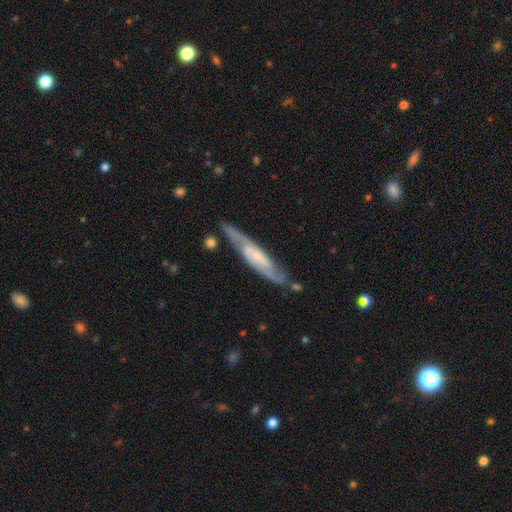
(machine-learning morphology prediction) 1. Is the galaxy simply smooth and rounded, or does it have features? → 79% featured or disk, 16% smooth, 5% star or artifact.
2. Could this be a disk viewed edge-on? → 69% no, 31% yes.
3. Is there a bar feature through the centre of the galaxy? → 42% no, 39% weak, 18% strong.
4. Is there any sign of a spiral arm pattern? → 93% yes, 7% no.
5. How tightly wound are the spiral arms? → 47% medium, 37% tight, 16% loose.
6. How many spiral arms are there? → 80% 2, 13% can't tell, 3% 3, 2% 1, 1% 4, 1% more than 4.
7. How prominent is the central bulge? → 64% small, 24% moderate, 9% none, 2% large, 1% dominant.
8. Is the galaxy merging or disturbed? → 75% none, 17% minor disturbance, 5% major disturbance, 3% merger.